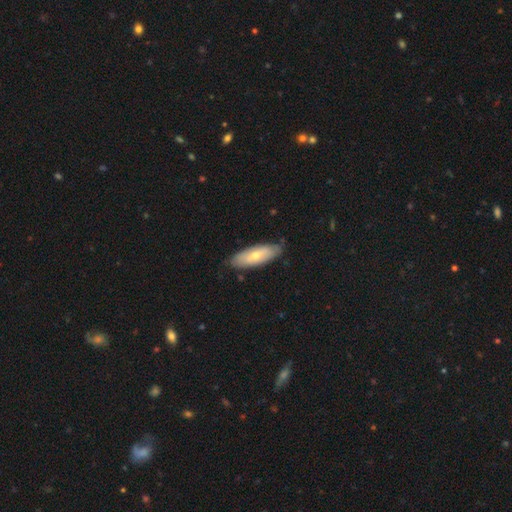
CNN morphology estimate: A smooth galaxy with no disk features (59%) that is in between round and cigar-shaped (64%). Merging: none (80%).